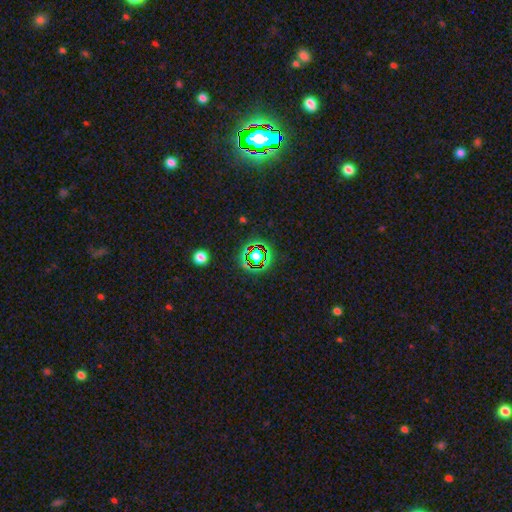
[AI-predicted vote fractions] smooth-or-featured: star or artifact: 70% | smooth: 20% | featured or disk: 10%